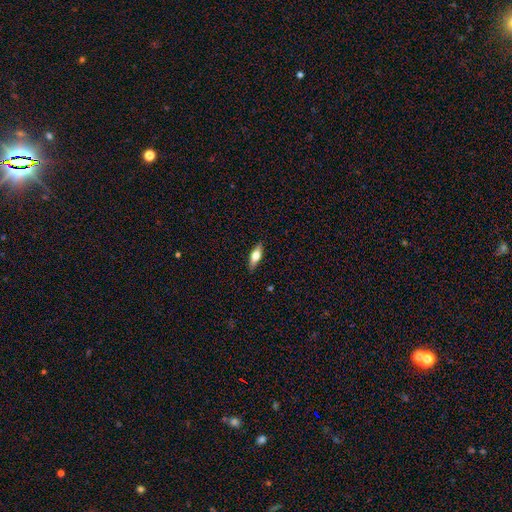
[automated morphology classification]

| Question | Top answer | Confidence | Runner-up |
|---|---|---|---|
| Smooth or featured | smooth | 63% | featured or disk (31%) |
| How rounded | in between | 63% | cigar-shaped (34%) |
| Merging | none | 87% | minor disturbance (10%) |